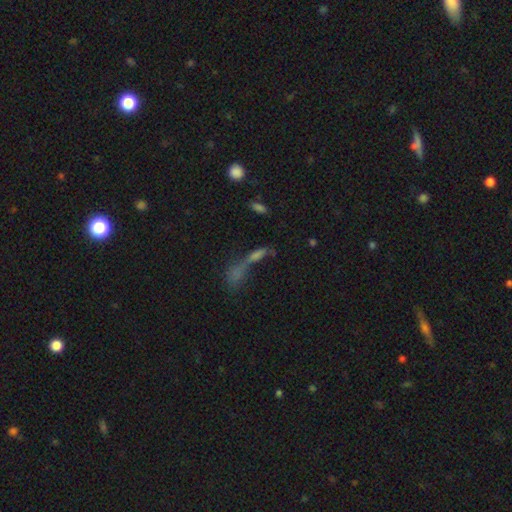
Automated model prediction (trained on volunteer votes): Smooth or featured? smooth (53%)
How rounded? cigar-shaped (50%)
Merging? merger (56%)